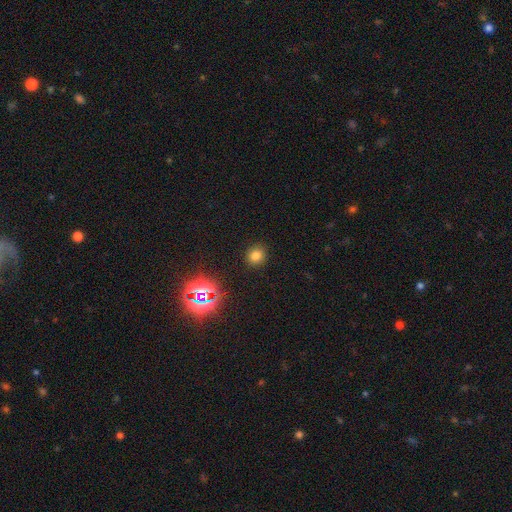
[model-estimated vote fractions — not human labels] Smooth or featured? Predicted: smooth (p=0.75). How rounded? Predicted: round (p=0.85). Merging? Predicted: none (p=0.90).